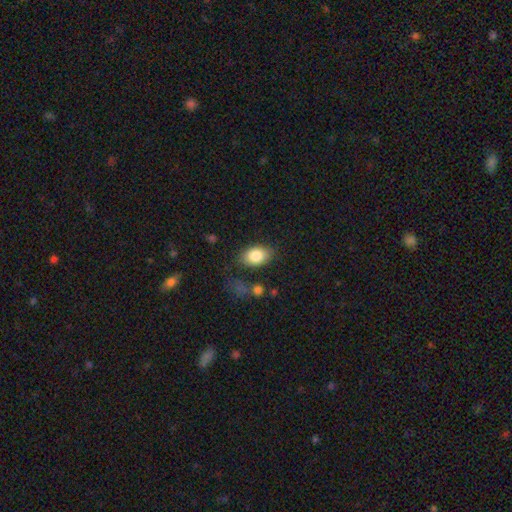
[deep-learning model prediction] Q: Smooth or featured?
A: smooth (83%); runner-up: featured or disk (9%)
Q: How rounded?
A: in between (82%); runner-up: round (17%)
Q: Merging?
A: none (75%); runner-up: minor disturbance (16%)